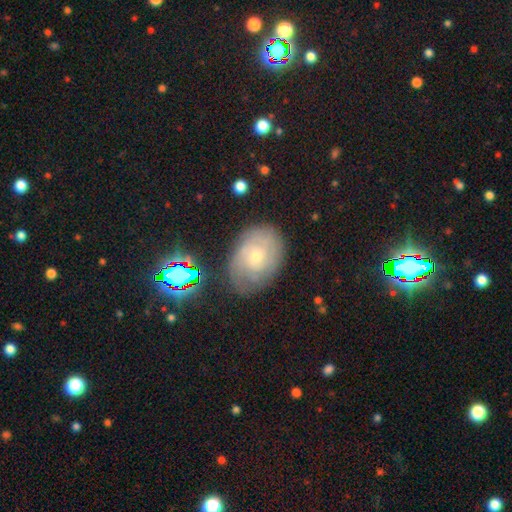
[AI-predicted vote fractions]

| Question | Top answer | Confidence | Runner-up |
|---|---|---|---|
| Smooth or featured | featured or disk | 60% | smooth (30%) |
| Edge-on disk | no | 96% | yes (4%) |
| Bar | no | 73% | weak (23%) |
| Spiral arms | yes | 82% | no (18%) |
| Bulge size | small | 65% | moderate (31%) |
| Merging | none | 69% | minor disturbance (21%) |